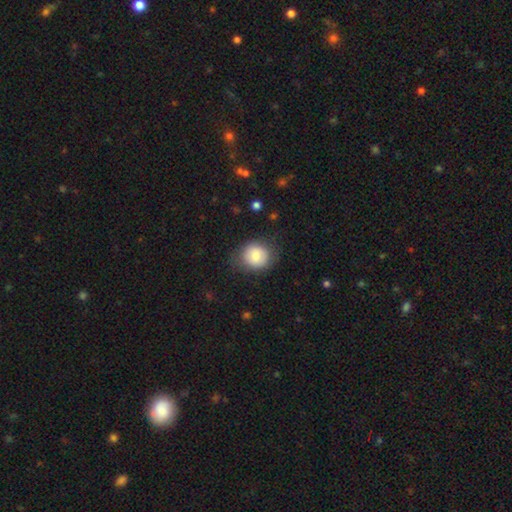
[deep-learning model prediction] A smooth galaxy with no disk features (80%) that is round (76%). Merging: none (75%).